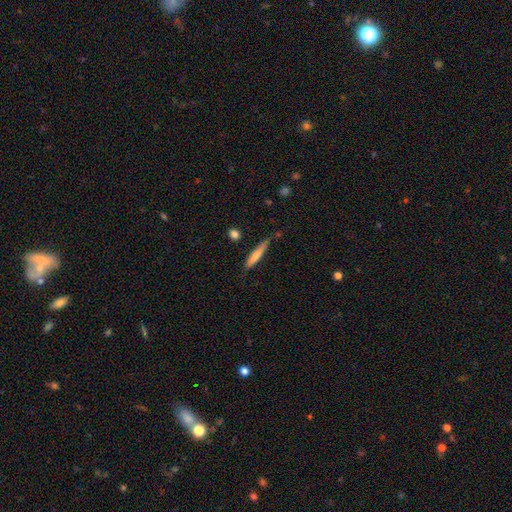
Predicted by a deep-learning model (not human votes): Morphology: type=smooth (67%); roundness=cigar-shaped (91%); merging=none (73%).